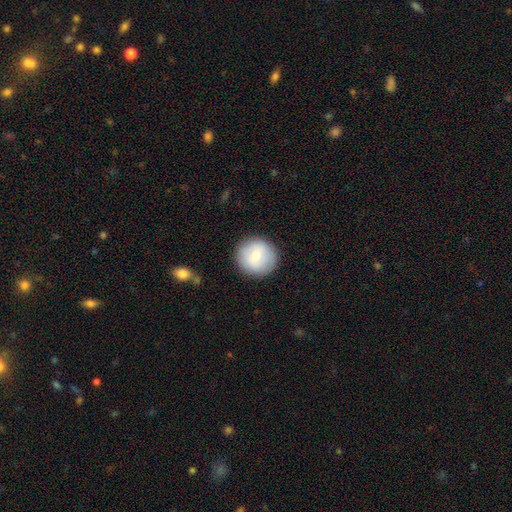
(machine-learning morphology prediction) smooth-or-featured: smooth: 73% | featured or disk: 20% | star or artifact: 7%
  how-rounded: round: 94% | in between: 5% | cigar-shaped: 1%
  merging: none: 88% | minor disturbance: 8% | major disturbance: 2% | merger: 1%